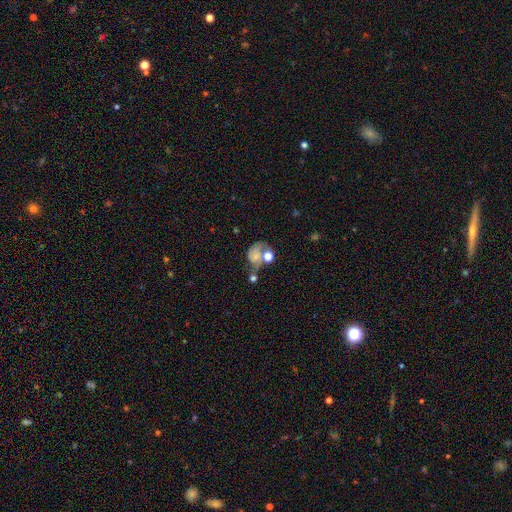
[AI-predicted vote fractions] This appears to be a featured or disk galaxy (48%). Merging: major disturbance (29%).